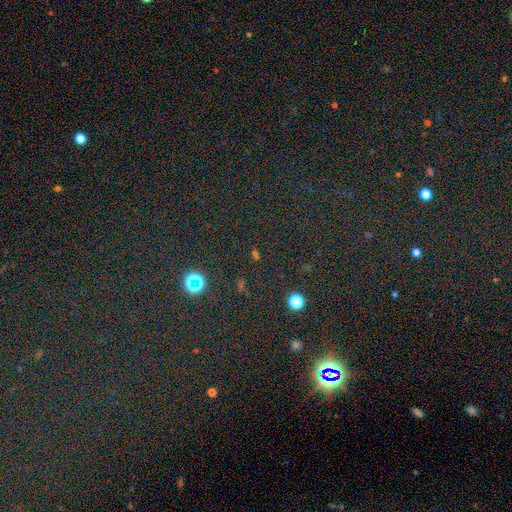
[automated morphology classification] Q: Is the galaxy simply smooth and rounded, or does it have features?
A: star or artifact — 74%.